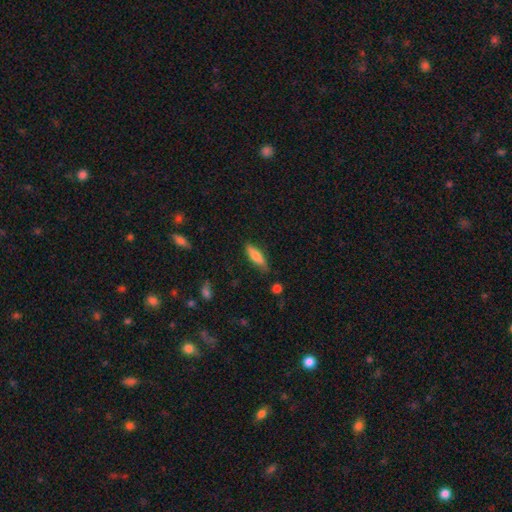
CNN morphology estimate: smooth_or_featured: smooth (p=0.73) [alt: featured or disk p=0.21]
how_rounded: cigar-shaped (p=0.56) [alt: in between p=0.42]
merging: none (p=0.80) [alt: minor disturbance p=0.15]